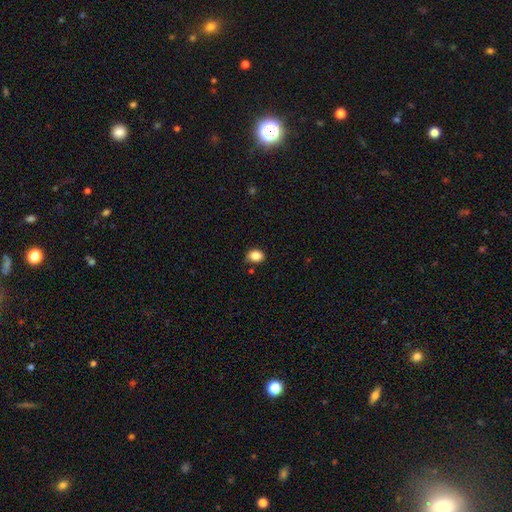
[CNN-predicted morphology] Q: Smooth or featured?
A: smooth (85%); runner-up: star or artifact (10%)
Q: How rounded?
A: in between (57%); runner-up: round (43%)
Q: Merging?
A: none (79%); runner-up: minor disturbance (16%)